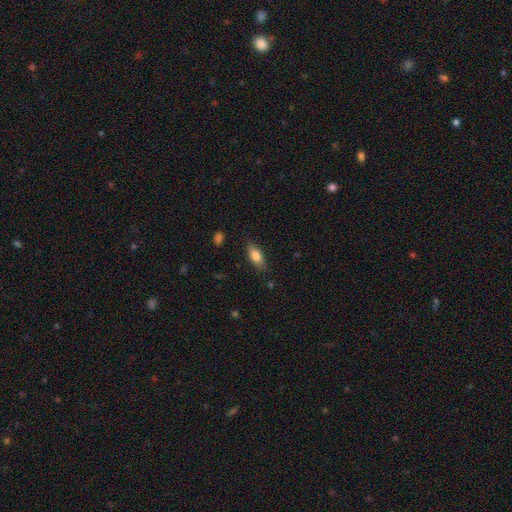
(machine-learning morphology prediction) smooth_or_featured: smooth (p=0.80) [alt: featured or disk p=0.13]
how_rounded: in between (p=0.82) [alt: cigar-shaped p=0.15]
merging: none (p=0.83) [alt: minor disturbance p=0.13]